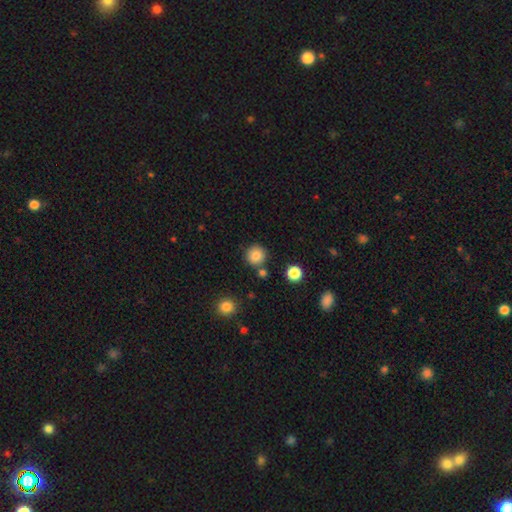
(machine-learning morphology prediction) Smooth or featured? Predicted: smooth (p=0.84). How rounded? Predicted: round (p=0.94). Merging? Predicted: none (p=0.83).